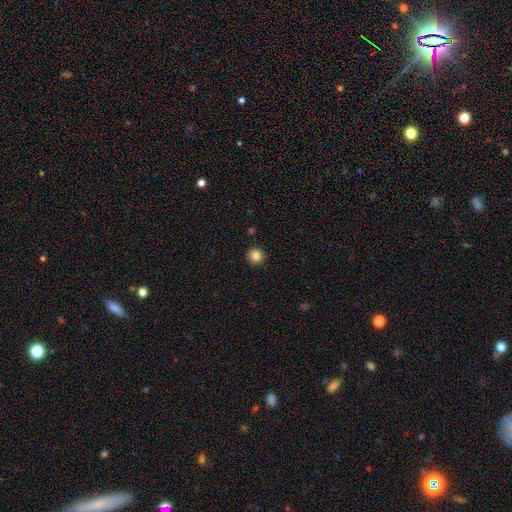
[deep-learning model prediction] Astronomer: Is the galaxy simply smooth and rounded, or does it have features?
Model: smooth — 84%.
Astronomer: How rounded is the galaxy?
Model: round — 90%.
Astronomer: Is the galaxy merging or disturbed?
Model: none — 91%.